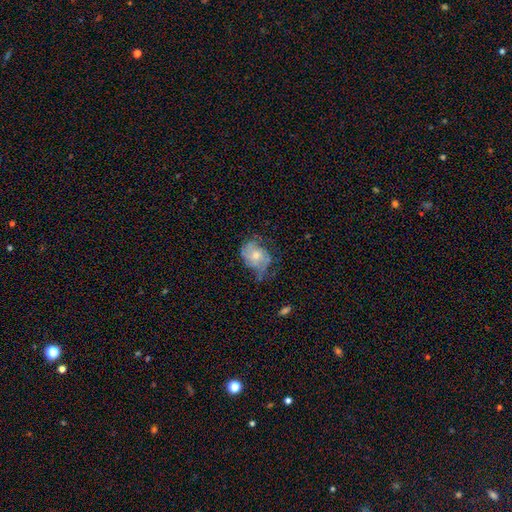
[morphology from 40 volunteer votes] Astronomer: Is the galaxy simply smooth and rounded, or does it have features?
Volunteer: featured or disk — 45% (runner-up: smooth, 42%).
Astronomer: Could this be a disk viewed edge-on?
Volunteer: no — 100%.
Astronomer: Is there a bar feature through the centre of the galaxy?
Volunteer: no — 94%.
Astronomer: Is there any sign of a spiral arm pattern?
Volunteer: yes — 83%.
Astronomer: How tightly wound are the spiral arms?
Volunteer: tight — 47% (runner-up: medium, 40%).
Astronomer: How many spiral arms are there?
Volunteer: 2 — 47%, tied with can't tell at 47%.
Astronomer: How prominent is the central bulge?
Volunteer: moderate — 56% (runner-up: small, 39%).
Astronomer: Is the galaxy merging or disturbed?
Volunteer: none — 34% (runner-up: major disturbance, 31%).